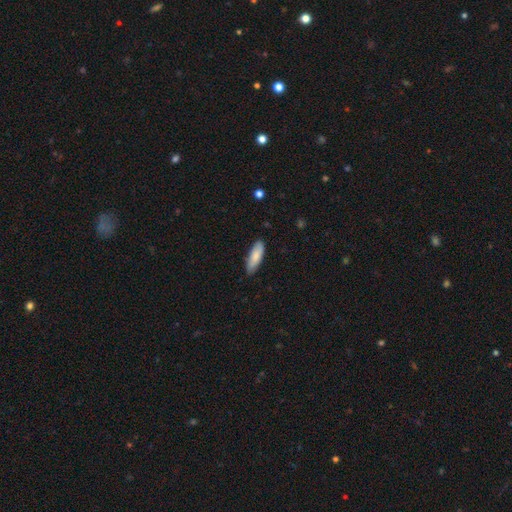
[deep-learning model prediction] This is clearly a smooth galaxy (83%). How rounded: possibly in between (57%). Merging: clearly none (81%).